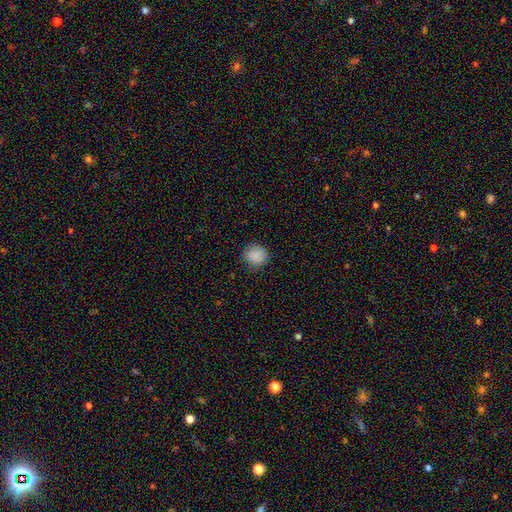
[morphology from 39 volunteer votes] This is clearly a smooth galaxy (92%). How rounded: clearly round (94%). Merging: clearly none (92%).